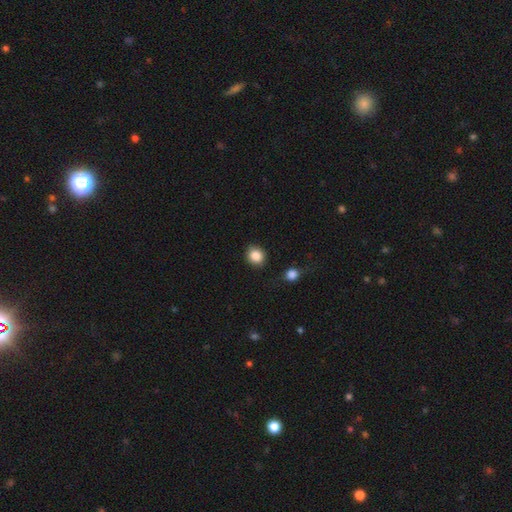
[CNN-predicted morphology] type=smooth (86%); roundness=round (76%); merging=none (83%).